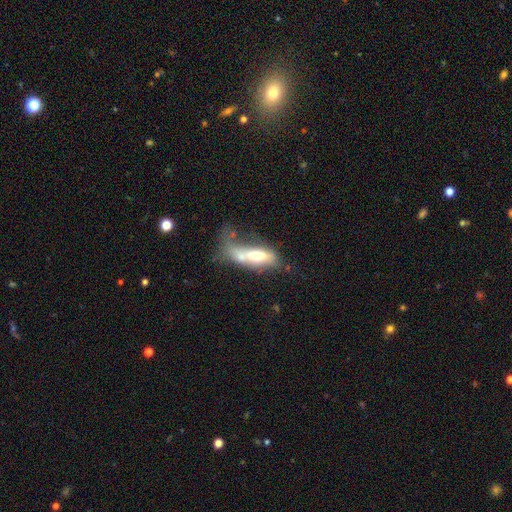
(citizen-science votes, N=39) Q: Smooth or featured?
A: smooth (56%); runner-up: featured or disk (33%)
Q: How rounded?
A: in between (59%); runner-up: cigar-shaped (36%)
Q: Merging?
A: merger (49%); runner-up: major disturbance (26%)